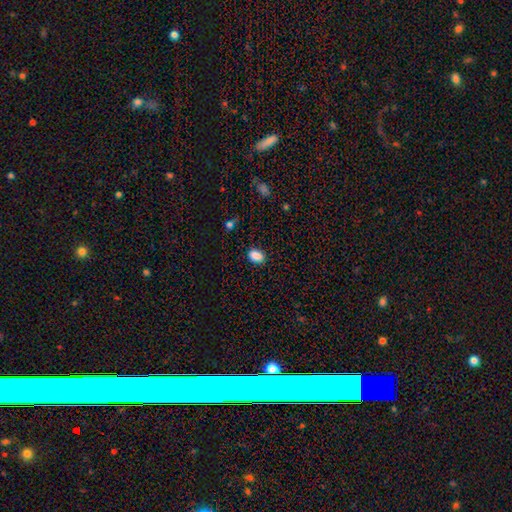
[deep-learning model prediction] A smooth galaxy with no disk features (87%) that is in between round and cigar-shaped (83%).

Vote fractions:
- Smooth or featured? smooth: 87% / star or artifact: 10% / featured or disk: 4%
- How rounded? in between: 83% / round: 15% / cigar-shaped: 2%
- Merging? none: 86% / minor disturbance: 10% / major disturbance: 2% / merger: 1%